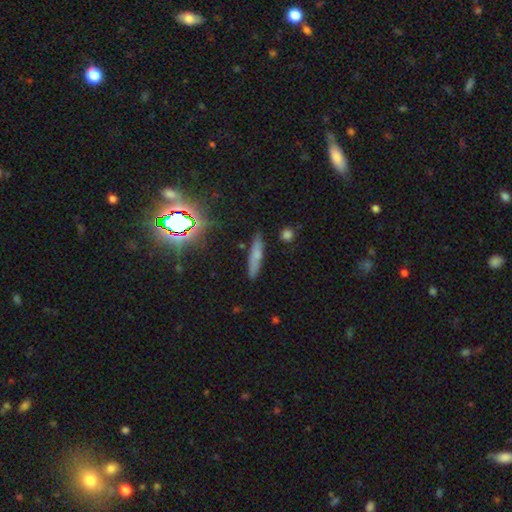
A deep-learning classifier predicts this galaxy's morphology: smooth_or_featured: smooth (p=0.61) [alt: featured or disk p=0.22]
how_rounded: cigar-shaped (p=0.83) [alt: in between p=0.14]
merging: none (p=0.83) [alt: minor disturbance p=0.12]